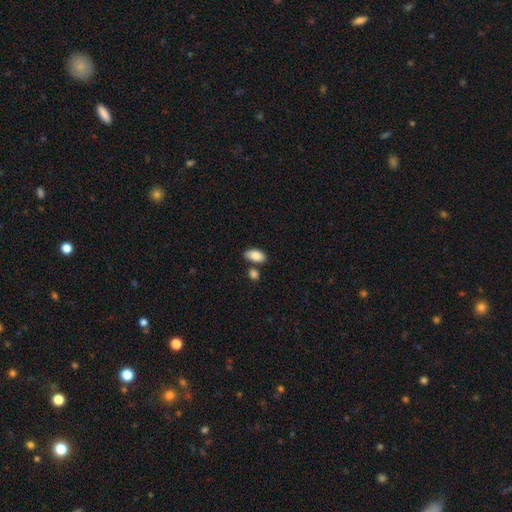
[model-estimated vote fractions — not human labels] A smooth galaxy with no disk features (87%) that is in between round and cigar-shaped (93%). Merging: none (66%).